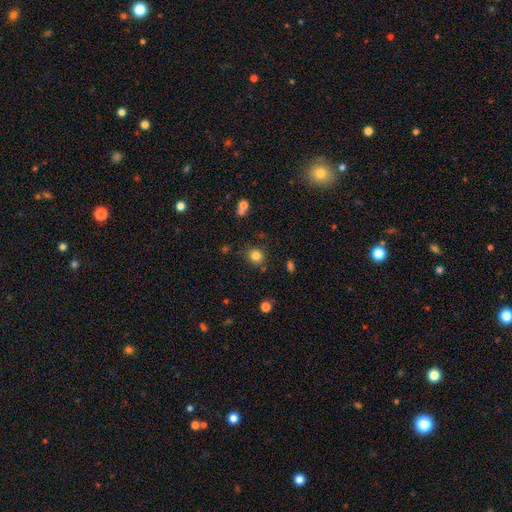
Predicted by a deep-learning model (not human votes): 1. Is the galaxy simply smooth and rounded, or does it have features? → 83% smooth, 12% star or artifact, 5% featured or disk.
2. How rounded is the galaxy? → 79% round, 20% in between, 1% cigar-shaped.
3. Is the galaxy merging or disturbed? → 81% none, 12% minor disturbance, 4% merger, 4% major disturbance.